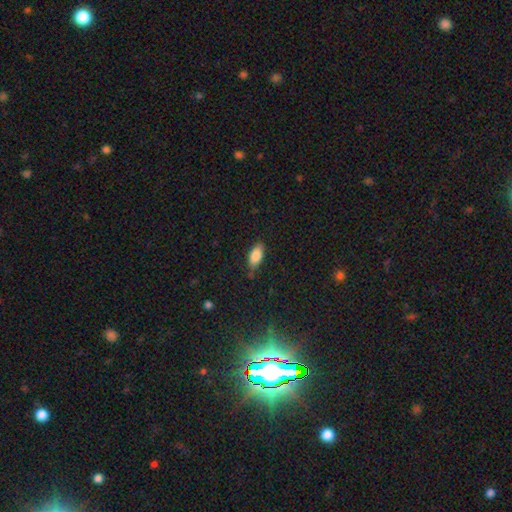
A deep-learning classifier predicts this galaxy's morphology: Smooth or featured? Predicted: smooth (p=0.84). How rounded? Predicted: in between (p=0.88). Merging? Predicted: none (p=0.78).